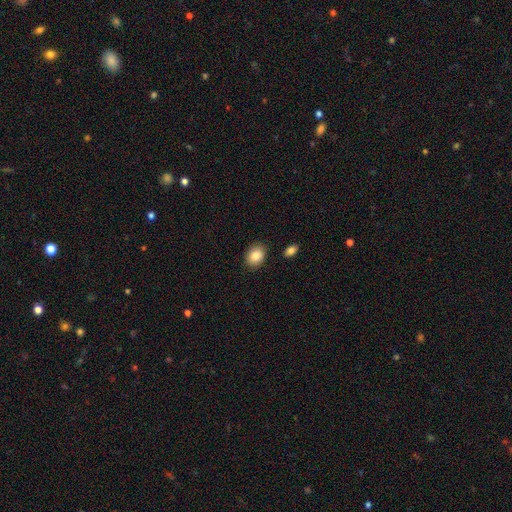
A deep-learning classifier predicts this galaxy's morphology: smooth-or-featured: smooth: 87% | star or artifact: 8% | featured or disk: 5%
  how-rounded: in between: 63% | round: 36% | cigar-shaped: 1%
  merging: none: 86% | minor disturbance: 9% | merger: 2% | major disturbance: 2%